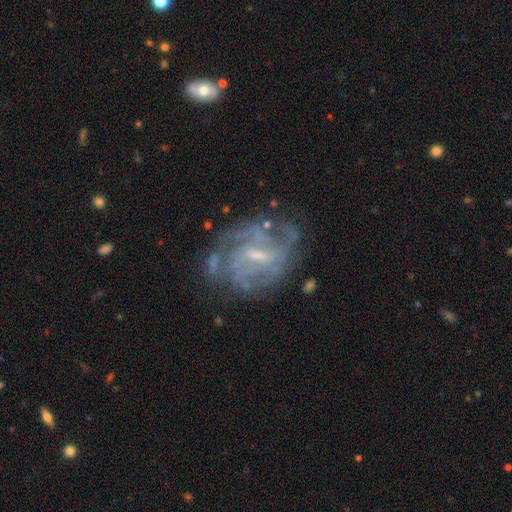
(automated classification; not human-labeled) Smooth or featured: featured or disk — 83% (smooth — 9%)
Edge-on disk: no — 97% (yes — 3%)
Bar: weak — 59% (strong — 21%)
Spiral arms: yes — 85% (no — 15%)
Spiral winding: tight — 47% (medium — 39%)
Spiral arm count: can't tell — 43% (3 — 18%)
Bulge size: small — 51% (moderate — 29%)
Merging: none — 62% (minor disturbance — 20%)